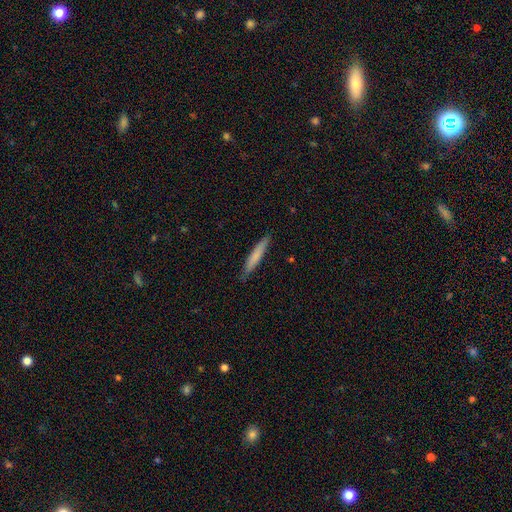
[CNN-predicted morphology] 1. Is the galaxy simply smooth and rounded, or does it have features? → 73% smooth, 22% featured or disk, 5% star or artifact.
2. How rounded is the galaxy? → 94% cigar-shaped, 5% in between, 1% round.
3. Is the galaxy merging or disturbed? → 87% none, 10% minor disturbance, 2% major disturbance, 1% merger.